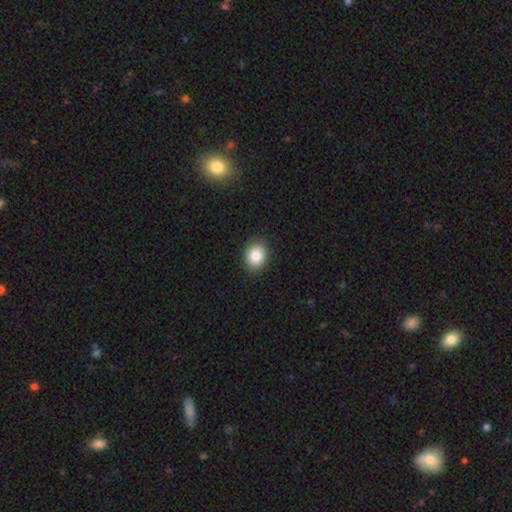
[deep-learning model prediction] Q: Smooth or featured?
A: smooth (86%); runner-up: star or artifact (9%)
Q: How rounded?
A: round (55%); runner-up: in between (44%)
Q: Merging?
A: none (89%); runner-up: minor disturbance (8%)